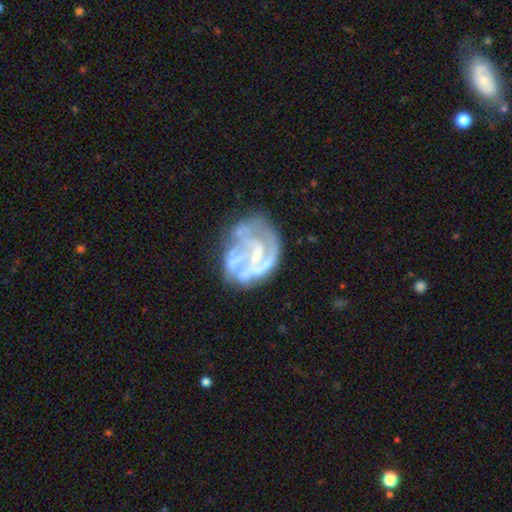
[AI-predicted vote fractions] Smooth or featured?
  - featured or disk: 81% *
  - smooth: 11%
  - star or artifact: 8%
Edge-on disk?
  - no: 98% *
  - yes: 2%
Bar?
  - no: 52% *
  - weak: 34%
  - strong: 14%
Spiral arms?
  - yes: 68% *
  - no: 32%
Spiral winding?
  - tight: 40% * (tied)
  - medium: 40% * (tied)
  - loose: 20%
Spiral arm count?
  - can't tell: 34% *
  - 3: 26%
  - 2: 20%
  - 4: 8%
  - 1: 6%
  - more than 4: 5%
Bulge size?
  - none: 42% *
  - small: 38%
  - moderate: 17%
  - large: 2%
  - dominant: 1%
Merging?
  - none: 48% *
  - major disturbance: 25%
  - minor disturbance: 21%
  - merger: 6%